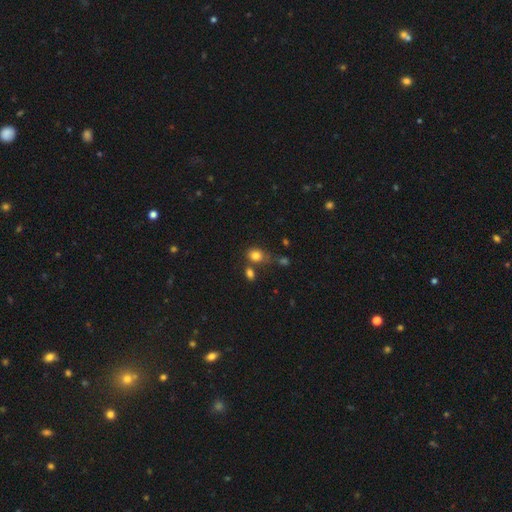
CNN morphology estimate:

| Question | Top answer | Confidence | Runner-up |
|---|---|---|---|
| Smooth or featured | smooth | 81% | star or artifact (12%) |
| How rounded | in between | 54% | round (45%) |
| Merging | none | 59% | merger (18%) |